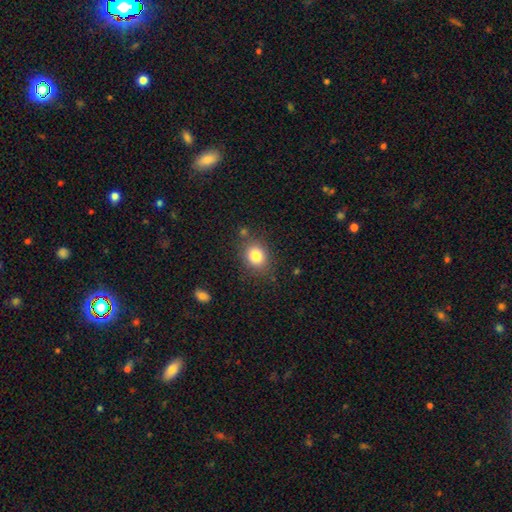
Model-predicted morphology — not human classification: smooth-or-featured: smooth: 81% | star or artifact: 11% | featured or disk: 8%
  how-rounded: round: 62% | in between: 37% | cigar-shaped: 1%
  merging: none: 79% | minor disturbance: 13% | merger: 4% | major disturbance: 4%